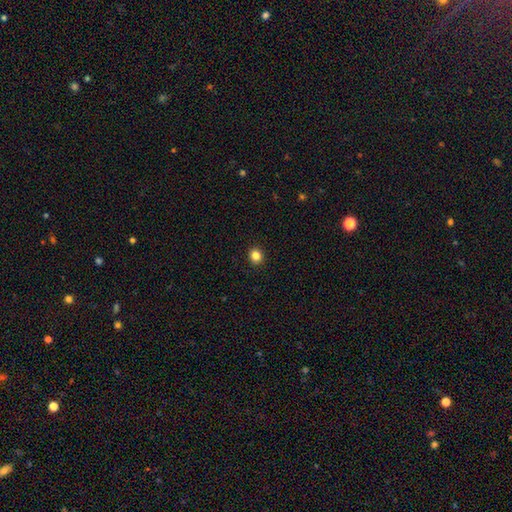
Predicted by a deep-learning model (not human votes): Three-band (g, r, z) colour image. It shows a smooth galaxy with no disk features (84%) that is round (81%). Merging: none (92%).